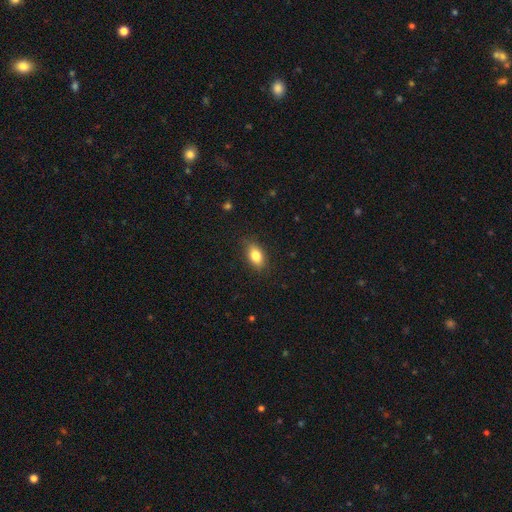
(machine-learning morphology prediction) smooth-or-featured: smooth: 82% | featured or disk: 10% | star or artifact: 8%
  how-rounded: in between: 87% | round: 10% | cigar-shaped: 3%
  merging: none: 84% | minor disturbance: 13% | major disturbance: 3% | merger: 1%